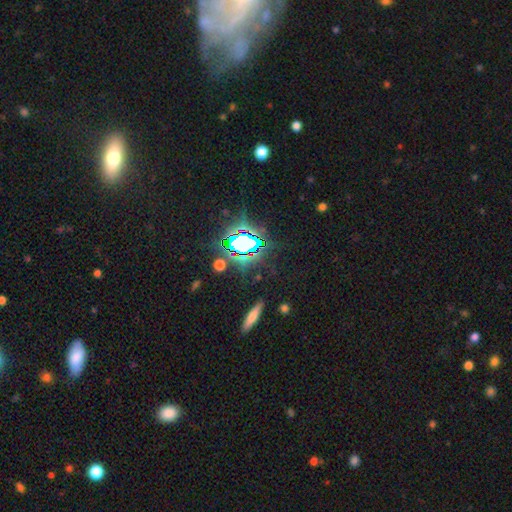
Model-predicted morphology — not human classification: smooth_or_featured: star or artifact (p=0.72) [alt: smooth p=0.16]